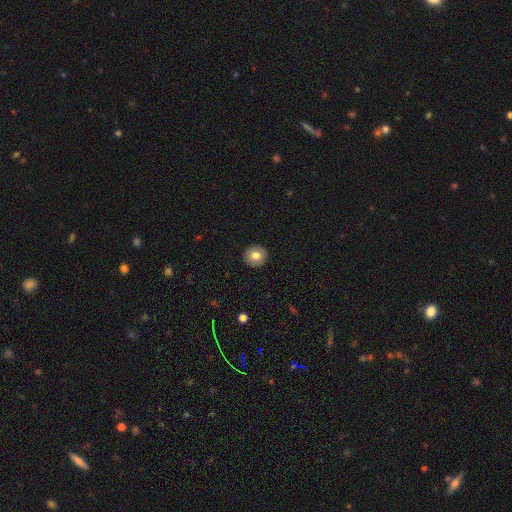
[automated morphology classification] Smooth or featured?
  - smooth: 78% *
  - featured or disk: 13%
  - star or artifact: 8%
How rounded?
  - round: 90% *
  - in between: 9%
  - cigar-shaped: 1%
Merging?
  - none: 93% *
  - minor disturbance: 5%
  - major disturbance: 2%
  - merger: 1%